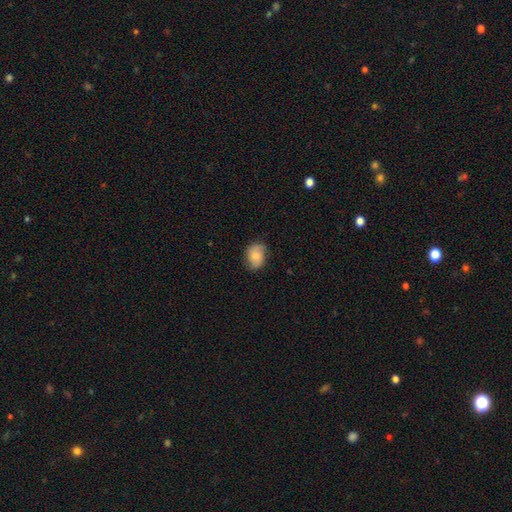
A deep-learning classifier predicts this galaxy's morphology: A smooth galaxy with no disk features (72%) that is in between round and cigar-shaped (66%). Merging: none (73%).